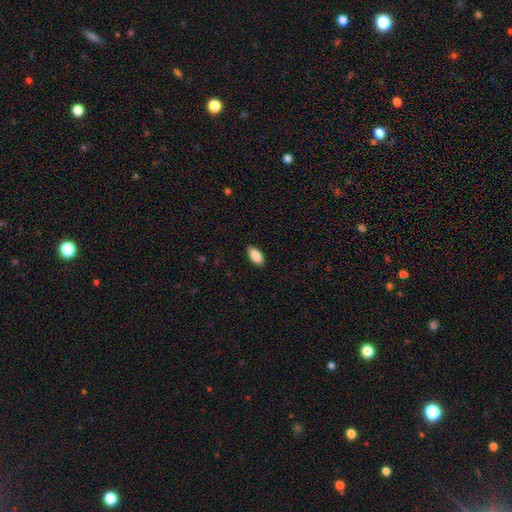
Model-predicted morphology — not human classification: A smooth galaxy with no disk features (88%) that is in between round and cigar-shaped (91%).

Vote fractions:
- Smooth or featured? smooth: 88% / star or artifact: 7% / featured or disk: 5%
- How rounded? in between: 91% / cigar-shaped: 6% / round: 2%
- Merging? none: 88% / minor disturbance: 9% / major disturbance: 2% / merger: 1%